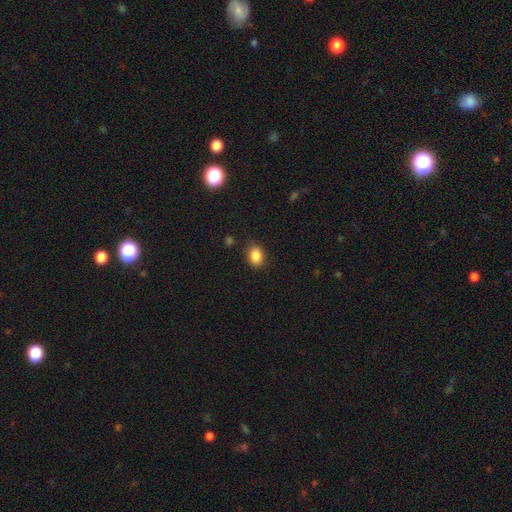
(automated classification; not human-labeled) smooth-or-featured: smooth: 87% | star or artifact: 9% | featured or disk: 4%
  how-rounded: in between: 65% | round: 34% | cigar-shaped: 1%
  merging: none: 84% | minor disturbance: 12% | major disturbance: 3% | merger: 2%